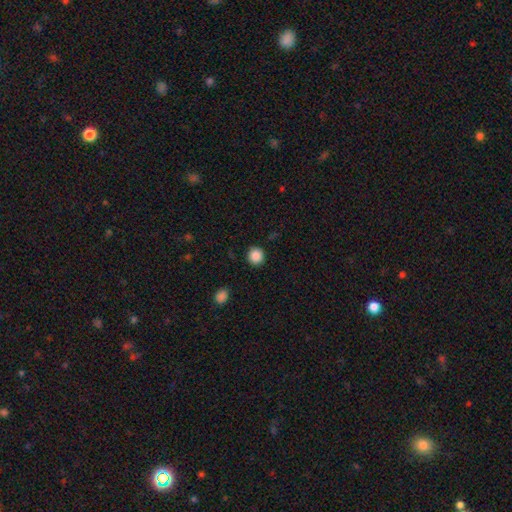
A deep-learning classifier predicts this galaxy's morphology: smooth_or_featured: smooth (p=0.88) [alt: star or artifact p=0.09]
how_rounded: round (p=0.92) [alt: in between p=0.07]
merging: none (p=0.91) [alt: minor disturbance p=0.06]